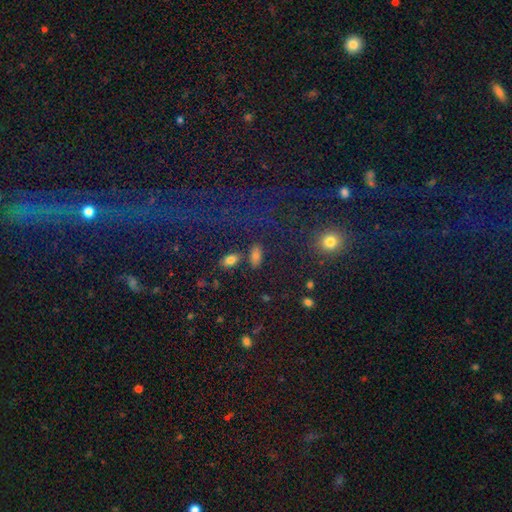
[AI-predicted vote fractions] A smooth galaxy with no disk features (77%) that is in between round and cigar-shaped (87%).

Vote fractions:
- Smooth or featured? smooth: 77% / star or artifact: 14% / featured or disk: 9%
- How rounded? in between: 87% / cigar-shaped: 7% / round: 6%
- Merging? none: 78% / minor disturbance: 10% / merger: 9% / major disturbance: 3%